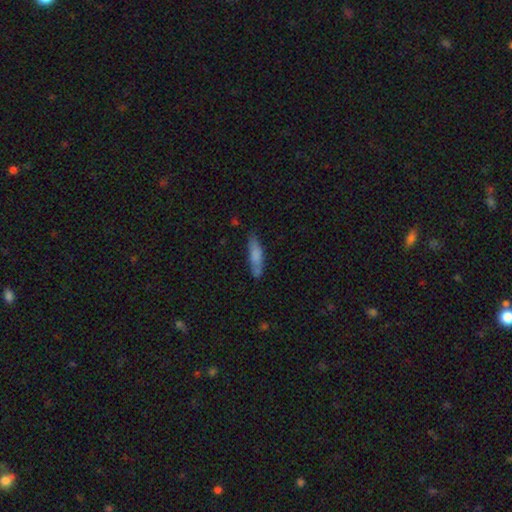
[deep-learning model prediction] Morphology: type=smooth (73%); roundness=cigar-shaped (69%); merging=none (68%).